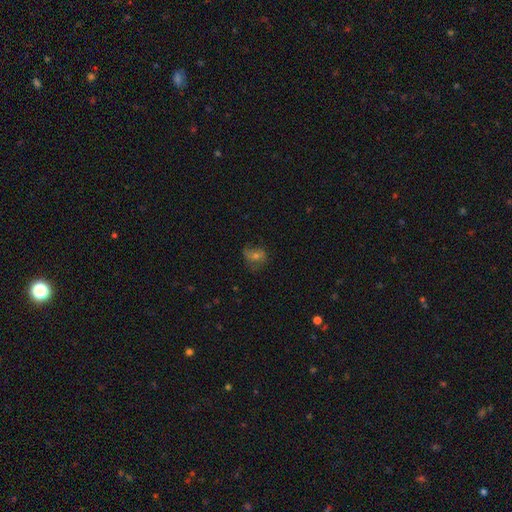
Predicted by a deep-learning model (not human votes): Smooth or featured? Predicted: smooth (p=0.48). Merging? Predicted: none (p=0.57).